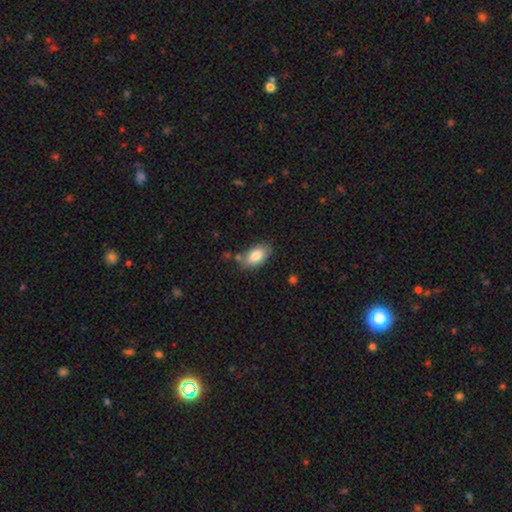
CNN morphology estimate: A smooth galaxy with no disk features (82%) that is in between round and cigar-shaped (93%).

Vote fractions:
- Smooth or featured? smooth: 82% / featured or disk: 11% / star or artifact: 7%
- How rounded? in between: 93% / round: 5% / cigar-shaped: 2%
- Merging? none: 70% / minor disturbance: 20% / merger: 6% / major disturbance: 4%